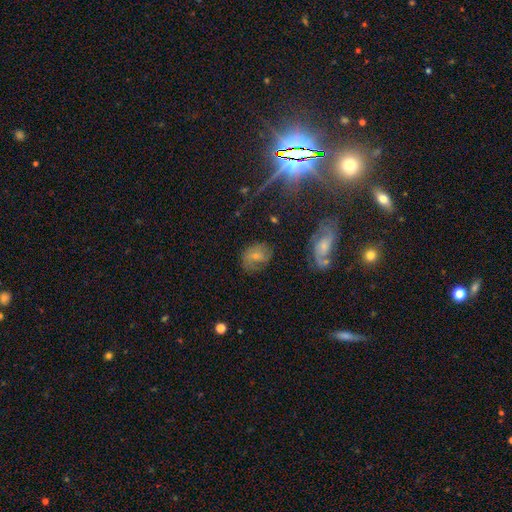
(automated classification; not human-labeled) This is possibly a smooth galaxy (47%). Merging: possibly none (58%).